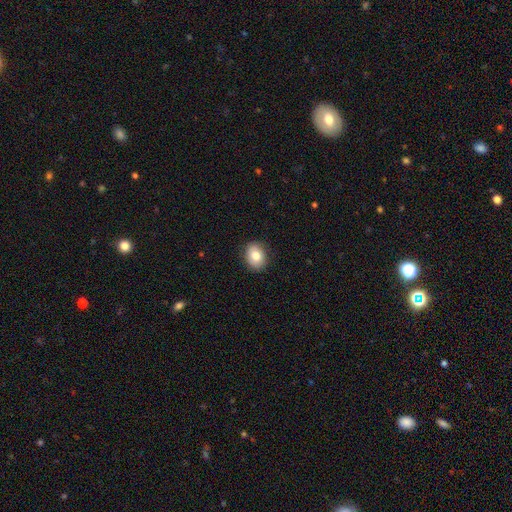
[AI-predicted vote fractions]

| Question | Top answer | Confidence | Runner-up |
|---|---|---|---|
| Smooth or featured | smooth | 80% | featured or disk (12%) |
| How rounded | in between | 55% | round (44%) |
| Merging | none | 87% | minor disturbance (10%) |